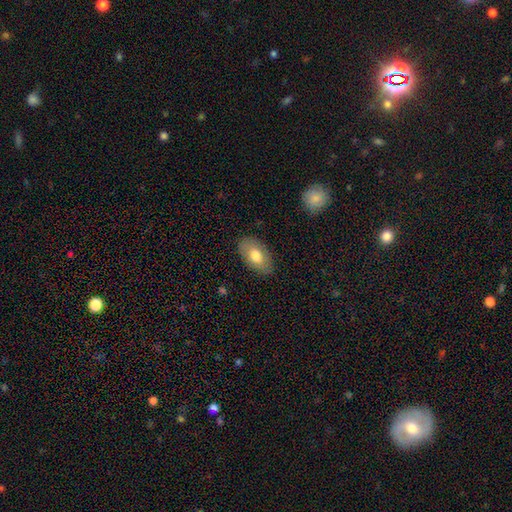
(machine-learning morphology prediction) Smooth or featured: smooth — 76% (featured or disk — 18%)
How rounded: in between — 94% (round — 5%)
Merging: none — 85% (minor disturbance — 12%)